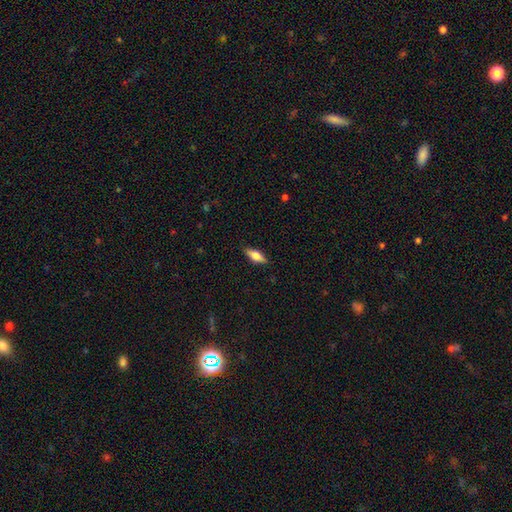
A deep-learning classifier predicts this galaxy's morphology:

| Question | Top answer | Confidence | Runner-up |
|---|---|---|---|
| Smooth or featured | smooth | 60% | featured or disk (34%) |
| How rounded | in between | 65% | cigar-shaped (32%) |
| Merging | none | 87% | minor disturbance (10%) |